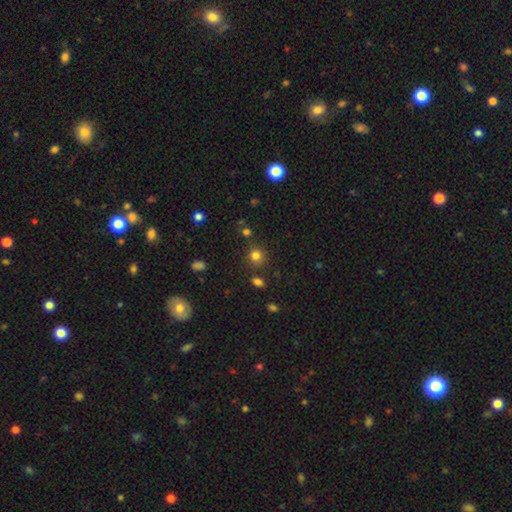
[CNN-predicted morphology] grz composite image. It shows a smooth galaxy with no disk features (79%) that is round (86%). Merging: none (79%).